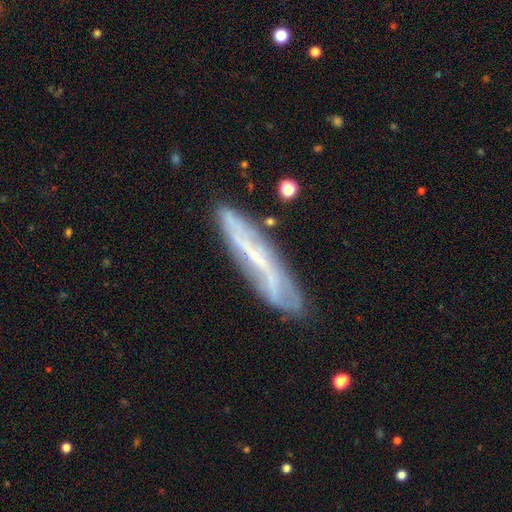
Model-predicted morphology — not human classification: Smooth or featured? featured or disk (65%)
Edge-on disk? yes (52%)
Merging? none (74%)